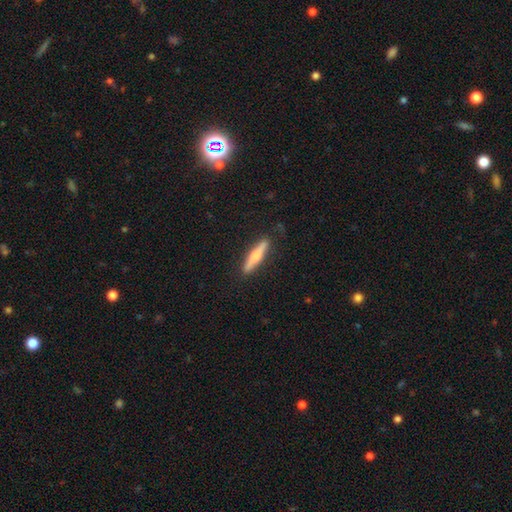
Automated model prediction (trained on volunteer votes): smooth 50%, featured or disk 45%, star or artifact 5%. Down the decision tree: merging — none (88%).